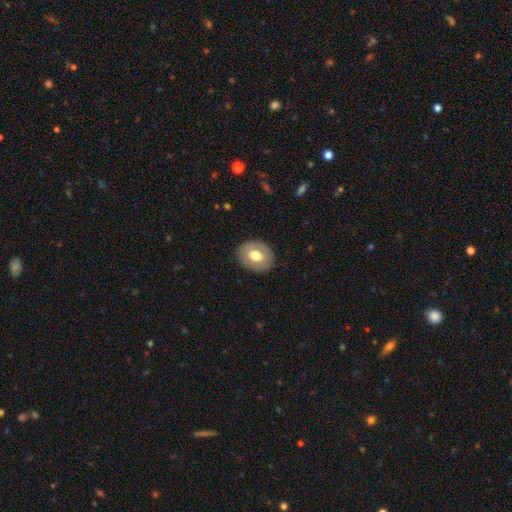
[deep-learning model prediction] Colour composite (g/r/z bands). It shows a smooth galaxy with no disk features (55%) that is in between round and cigar-shaped (53%). Merging: none (86%).